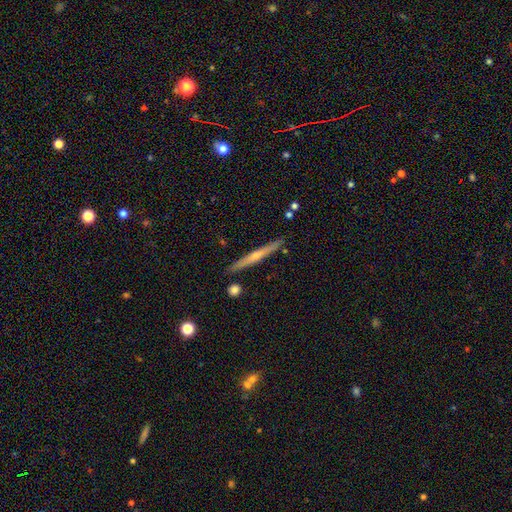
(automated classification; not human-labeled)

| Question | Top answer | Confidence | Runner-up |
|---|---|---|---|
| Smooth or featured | featured or disk | 68% | smooth (26%) |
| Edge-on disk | yes | 97% | no (3%) |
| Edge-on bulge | rounded | 72% | none (25%) |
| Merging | none | 89% | minor disturbance (8%) |